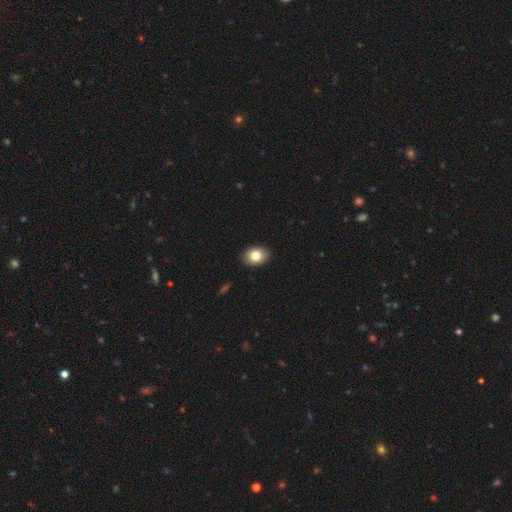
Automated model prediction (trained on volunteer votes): Smooth or featured?
  - smooth: 82% *
  - featured or disk: 10%
  - star or artifact: 8%
How rounded?
  - in between: 71% *
  - round: 28%
  - cigar-shaped: 1%
Merging?
  - none: 90% *
  - minor disturbance: 8%
  - major disturbance: 2%
  - merger: 1%